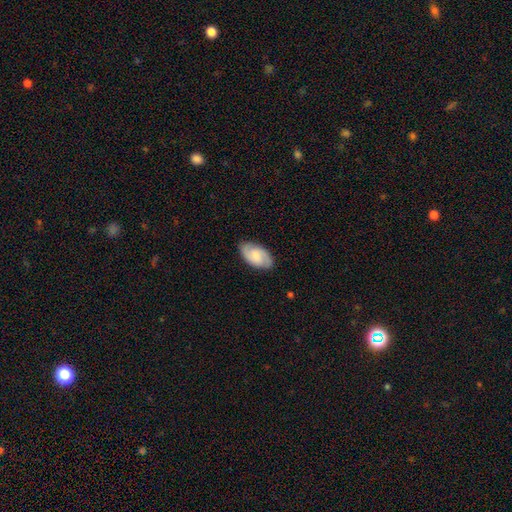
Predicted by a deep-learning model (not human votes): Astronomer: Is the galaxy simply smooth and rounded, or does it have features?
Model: featured or disk — 48% (runner-up: smooth, 46%).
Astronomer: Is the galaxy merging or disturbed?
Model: none — 83%.